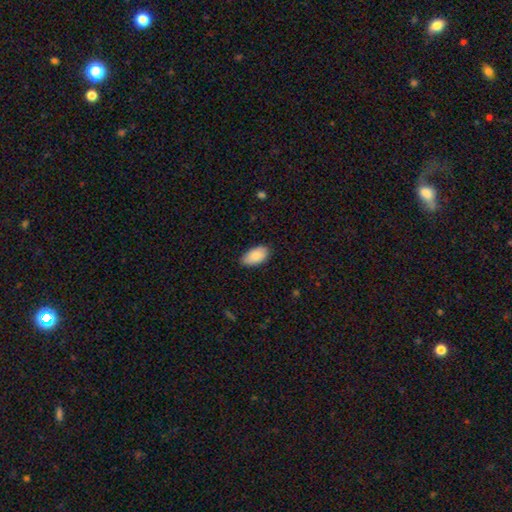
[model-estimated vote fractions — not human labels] Q: Smooth or featured?
A: smooth (85%); runner-up: featured or disk (9%)
Q: How rounded?
A: in between (95%); runner-up: round (3%)
Q: Merging?
A: none (76%); runner-up: minor disturbance (21%)